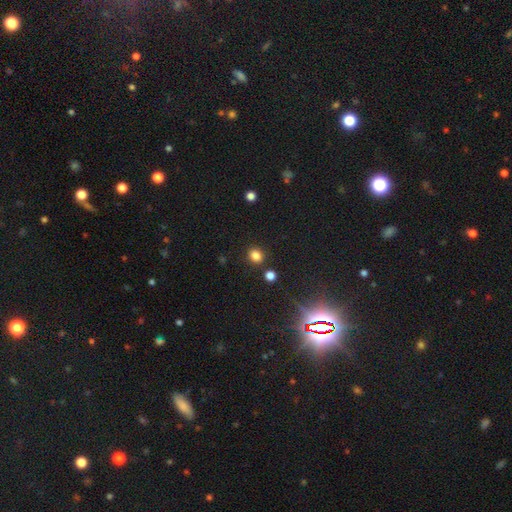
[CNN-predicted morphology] Q: Smooth or featured?
A: smooth (81%); runner-up: star or artifact (14%)
Q: How rounded?
A: round (70%); runner-up: in between (29%)
Q: Merging?
A: none (86%); runner-up: minor disturbance (8%)